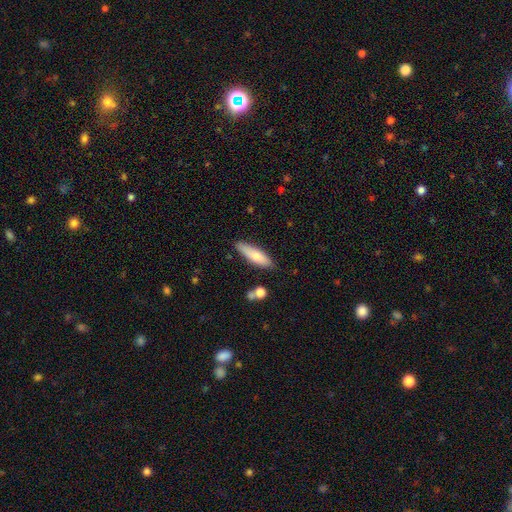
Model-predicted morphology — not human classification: This appears to be a smooth galaxy with no disk features (74%) that is cigar-shaped (59%). Merging: none (80%).